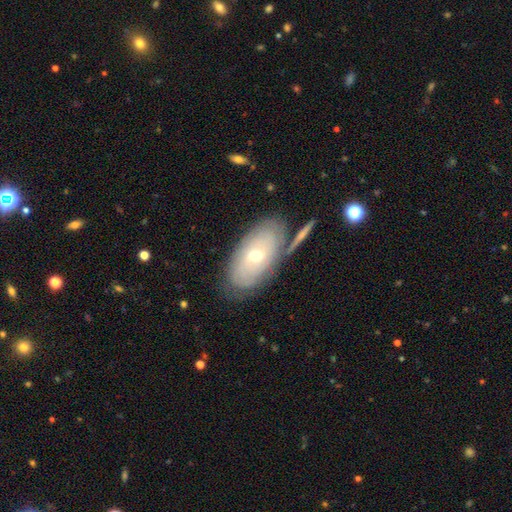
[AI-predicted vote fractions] Smooth or featured?
  - featured or disk: 51% *
  - smooth: 42%
  - star or artifact: 7%
Edge-on disk?
  - no: 87% *
  - yes: 13%
Merging?
  - none: 70% *
  - minor disturbance: 17%
  - merger: 8%
  - major disturbance: 5%